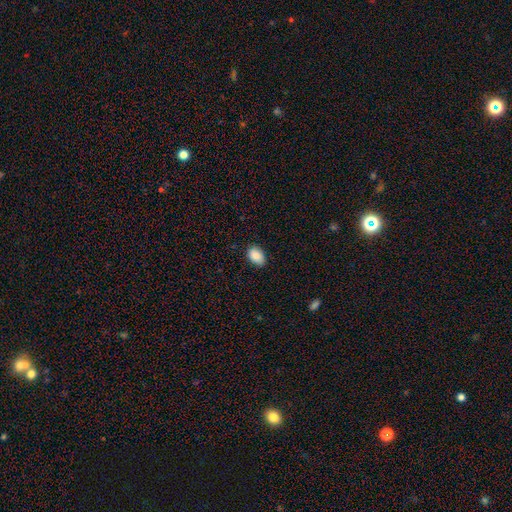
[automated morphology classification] This appears to be a smooth galaxy with no disk features (88%) that is in between round and cigar-shaped (87%). Merging: none (86%).